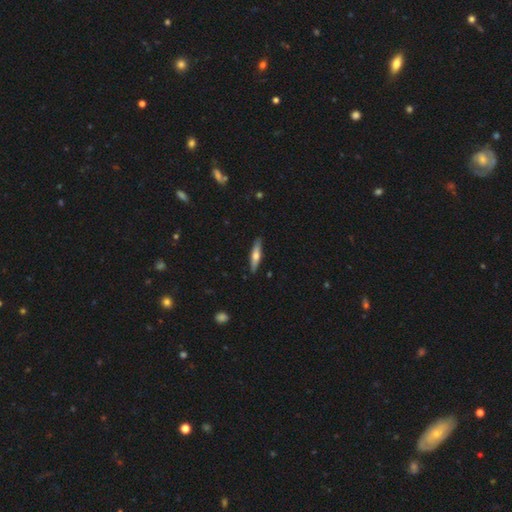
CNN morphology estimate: This appears to be a featured or disk galaxy (47%, tied with smooth). Merging: none (89%).